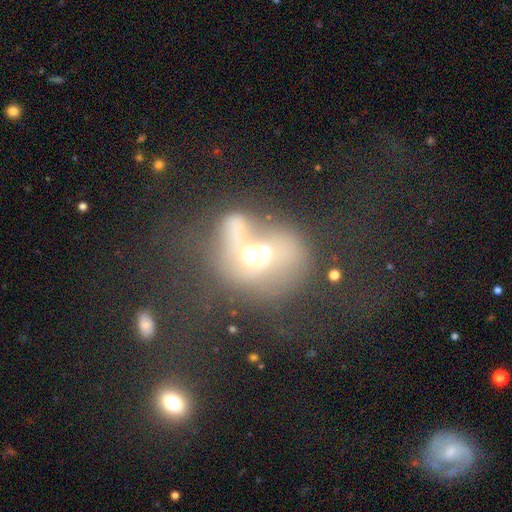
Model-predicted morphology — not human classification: Overall: featured or disk (48%; smooth 39%). Merging: merger (47%; major disturbance 24%).